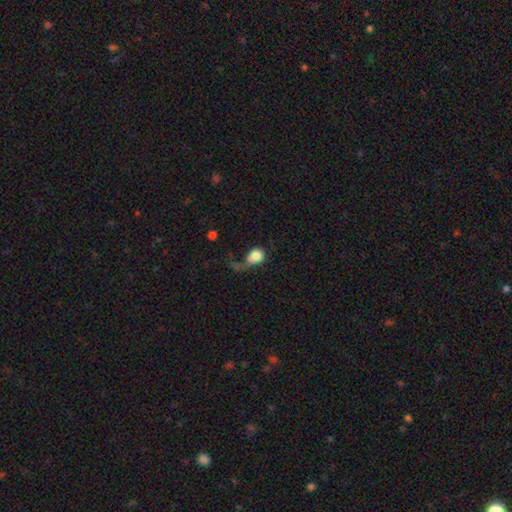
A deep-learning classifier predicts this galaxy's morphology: This appears to be a smooth galaxy with no disk features (74%) that is round (60%). Merging: major disturbance (52%).